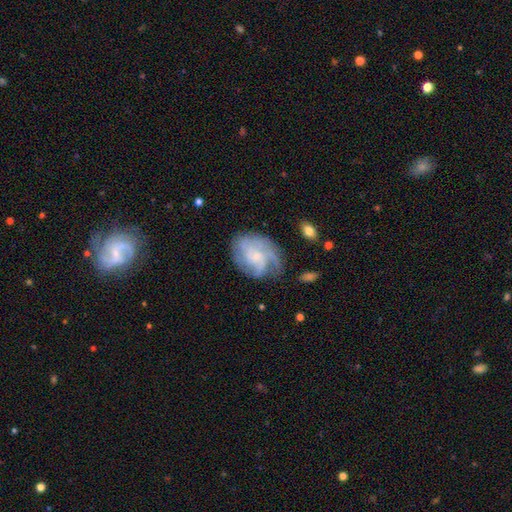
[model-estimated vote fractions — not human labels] Smooth or featured: featured or disk — 82% (smooth — 12%)
Edge-on disk: no — 98% (yes — 2%)
Bar: no — 69% (weak — 27%)
Spiral arms: yes — 96% (no — 4%)
Spiral winding: tight — 48% (medium — 39%)
Spiral arm count: 3 — 29% (can't tell — 25%)
Bulge size: small — 69% (moderate — 20%)
Merging: none — 66% (minor disturbance — 21%)